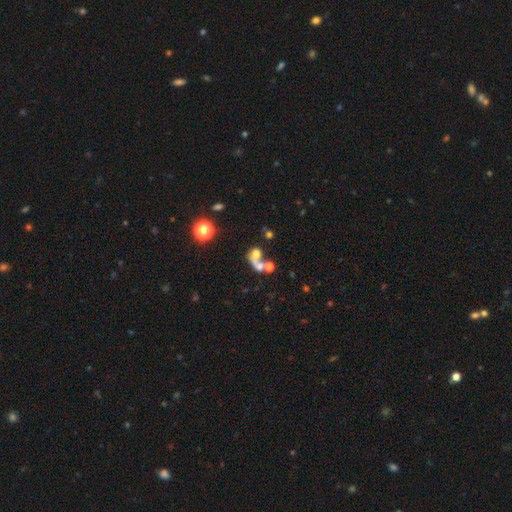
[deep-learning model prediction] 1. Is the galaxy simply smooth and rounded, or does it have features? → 49% smooth, 32% featured or disk, 19% star or artifact.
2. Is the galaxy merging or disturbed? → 56% merger, 21% none, 16% major disturbance, 7% minor disturbance.